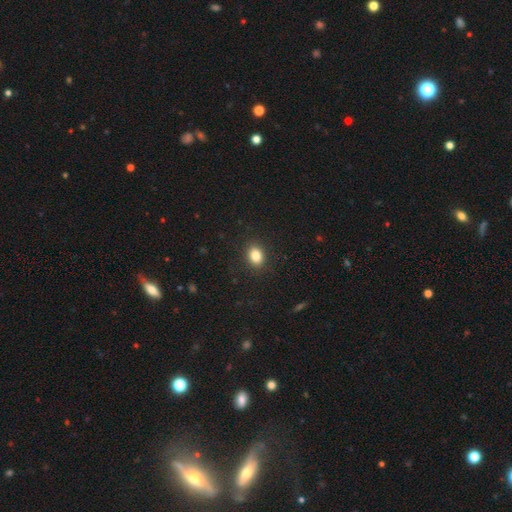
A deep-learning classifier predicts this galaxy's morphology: The model was most divided on "how rounded": in between: 62%, round: 37%, cigar-shaped: 1%. More confident: merging — none (89%); smooth or featured — smooth (85%).